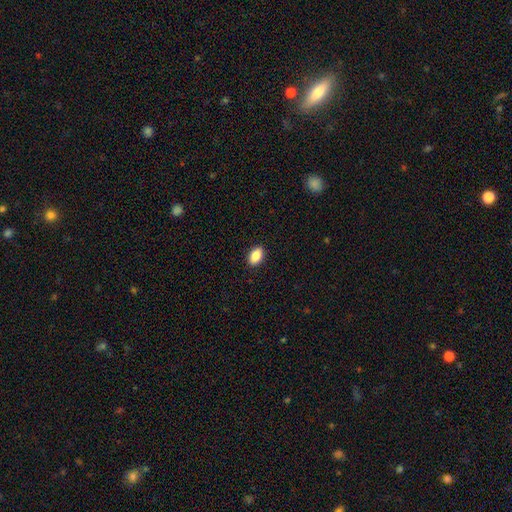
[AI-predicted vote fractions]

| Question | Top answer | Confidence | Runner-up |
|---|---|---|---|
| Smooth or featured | smooth | 87% | star or artifact (8%) |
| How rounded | in between | 90% | round (8%) |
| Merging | none | 90% | minor disturbance (7%) |